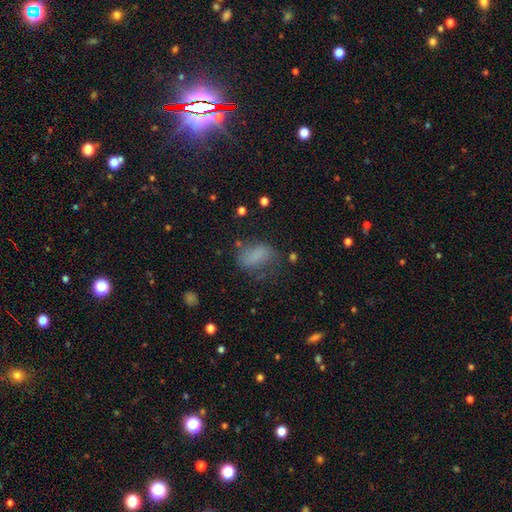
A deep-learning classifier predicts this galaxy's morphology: This appears to be a smooth galaxy with no disk features (71%) that is in between round and cigar-shaped (85%). Merging: none (46%).